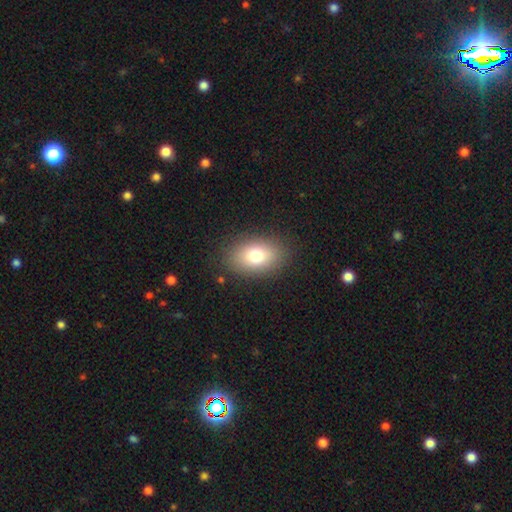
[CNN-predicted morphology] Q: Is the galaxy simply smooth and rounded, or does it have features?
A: smooth — 77%.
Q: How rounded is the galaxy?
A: in between — 82%.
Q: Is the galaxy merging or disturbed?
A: none — 86%.